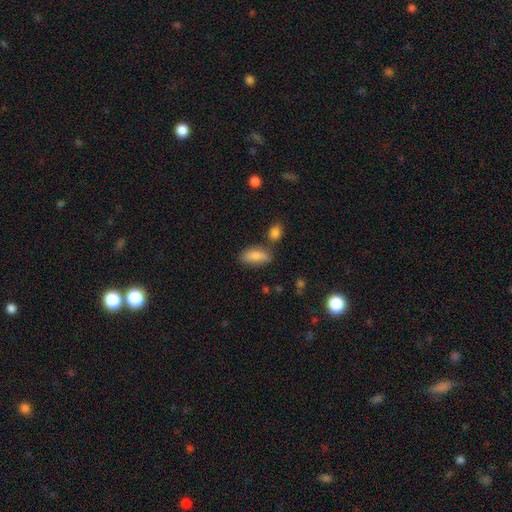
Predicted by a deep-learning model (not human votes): Q: Smooth or featured?
A: smooth (81%); runner-up: featured or disk (12%)
Q: How rounded?
A: in between (83%); runner-up: cigar-shaped (13%)
Q: Merging?
A: none (61%); runner-up: minor disturbance (23%)